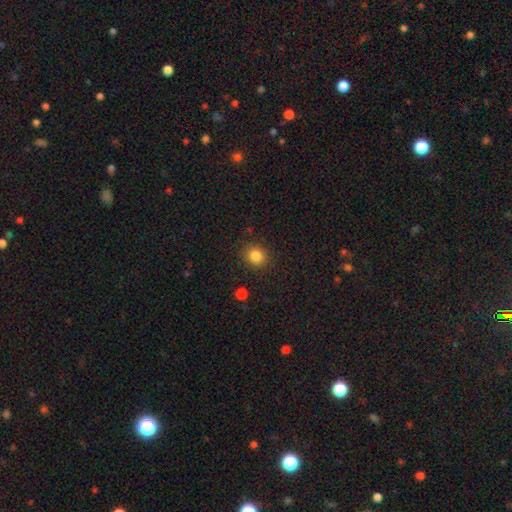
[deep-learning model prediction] This appears to be a smooth galaxy with no disk features (84%) that is round (78%). Merging: none (87%).